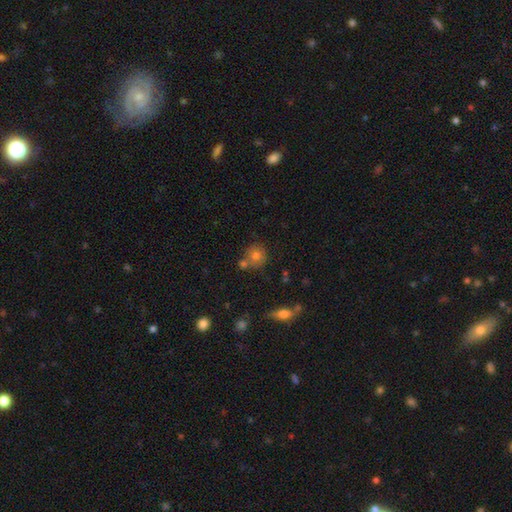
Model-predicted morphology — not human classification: Smooth or featured?
  - smooth: 73% *
  - star or artifact: 14%
  - featured or disk: 13%
How rounded?
  - round: 86% *
  - in between: 13%
  - cigar-shaped: 1%
Merging?
  - none: 62% *
  - merger: 23%
  - minor disturbance: 12%
  - major disturbance: 4%